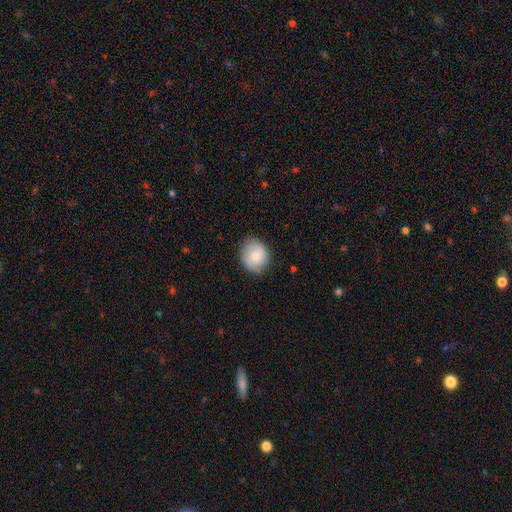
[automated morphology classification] This is likely a smooth galaxy (72%). How rounded: likely round (74%). Merging: clearly none (82%).